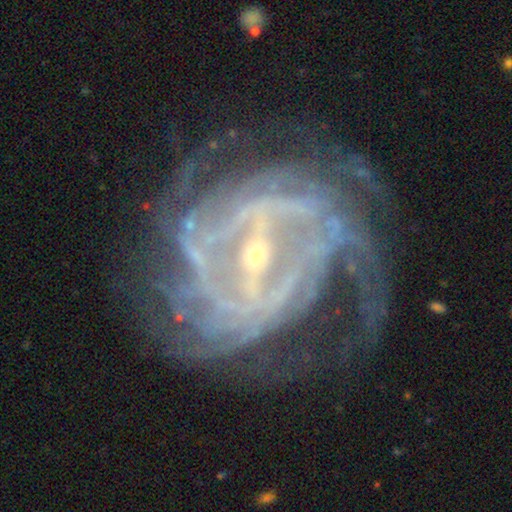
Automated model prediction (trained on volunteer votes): smooth_or_featured: featured or disk (p=0.90) [alt: star or artifact p=0.06]
disk_edge_on: no (p=0.97) [alt: yes p=0.03]
bar: strong (p=0.60) [alt: weak p=0.30]
has_spiral_arms: yes (p=0.96) [alt: no p=0.04]
spiral_winding: tight (p=0.58) [alt: medium p=0.31]
spiral_arm_count: can't tell (p=0.29) [alt: 4 p=0.20]
bulge_size: small (p=0.74) [alt: moderate p=0.22]
merging: none (p=0.64) [alt: minor disturbance p=0.17]